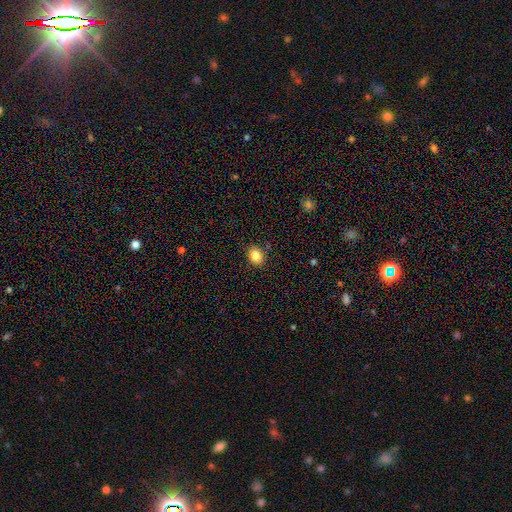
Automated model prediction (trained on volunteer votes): Smooth or featured? smooth (85%)
How rounded? in between (56%)
Merging? none (86%)